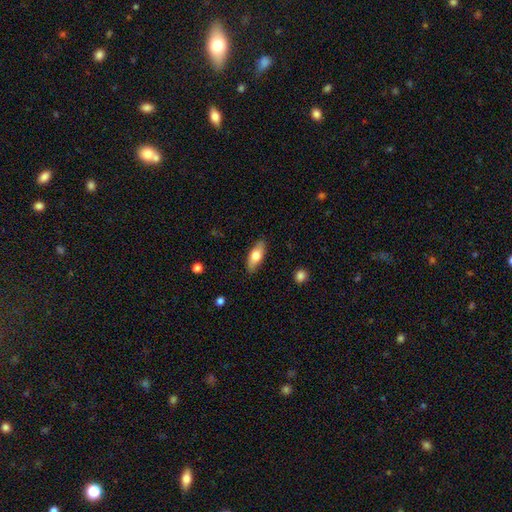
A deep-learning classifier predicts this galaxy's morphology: Overall: smooth (70%). How rounded: in between (74%). Merging: none (85%).